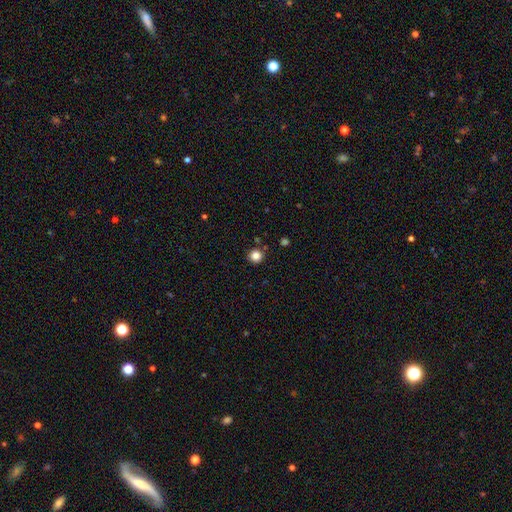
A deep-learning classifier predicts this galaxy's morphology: The model was most divided on "smooth or featured": smooth: 84%, star or artifact: 12%, featured or disk: 5%. More confident: how rounded — round (94%); merging — none (90%).